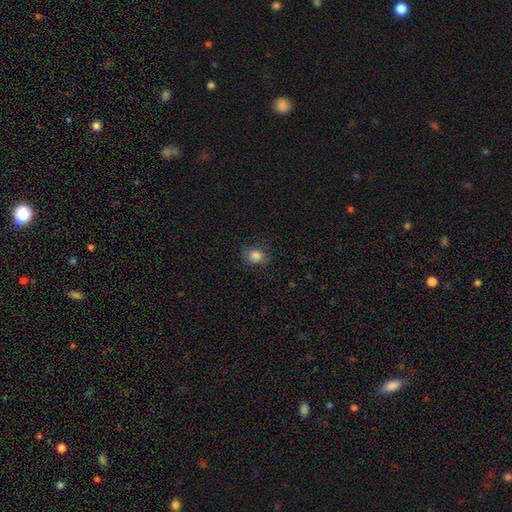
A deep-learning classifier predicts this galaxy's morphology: The model was most divided on "how rounded": round: 64%, in between: 35%, cigar-shaped: 1%. More confident: smooth or featured — smooth (82%); merging — none (75%).